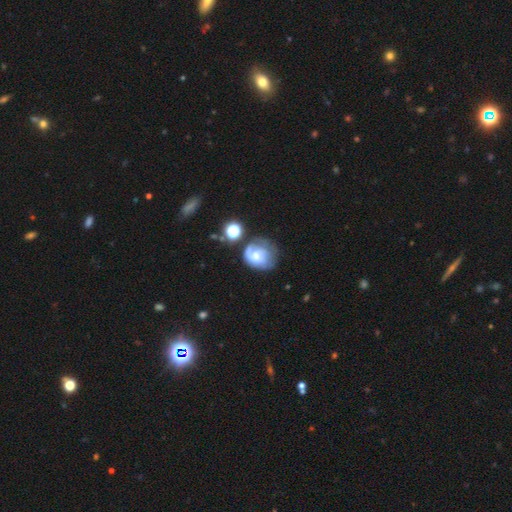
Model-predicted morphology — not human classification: The model was most divided on "smooth or featured": featured or disk: 50%, smooth: 40%, star or artifact: 11%. Remaining: merging — none (42%).